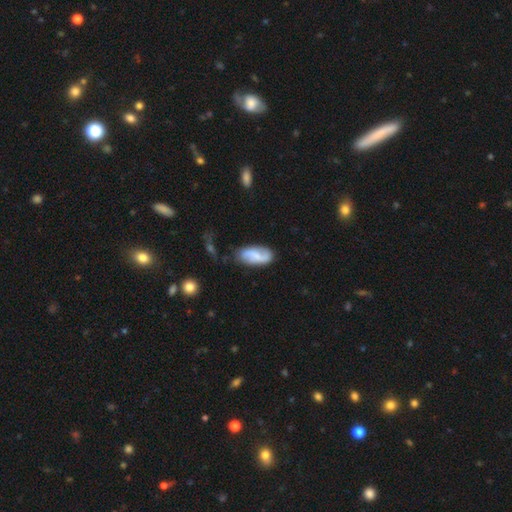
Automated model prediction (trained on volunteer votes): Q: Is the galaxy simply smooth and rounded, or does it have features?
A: featured or disk — 57%.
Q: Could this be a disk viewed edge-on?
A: no — 95%.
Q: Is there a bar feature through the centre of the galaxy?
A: weak — 43%.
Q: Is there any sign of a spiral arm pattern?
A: yes — 91%.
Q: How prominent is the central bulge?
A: small — 39%.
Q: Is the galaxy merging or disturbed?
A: none — 75%.